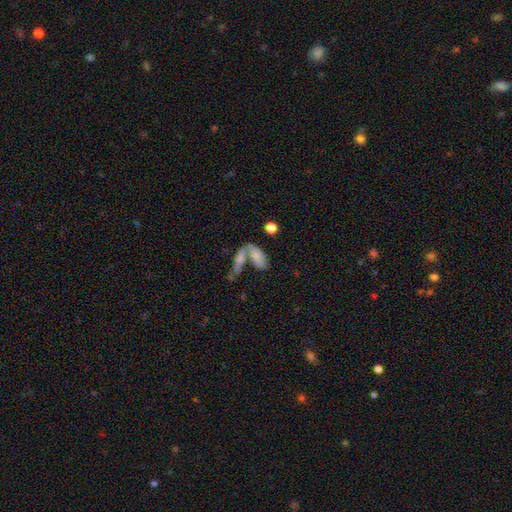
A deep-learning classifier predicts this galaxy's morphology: Overall: smooth (68%). How rounded: in between (80%). Merging: merger (52%; none 30%).